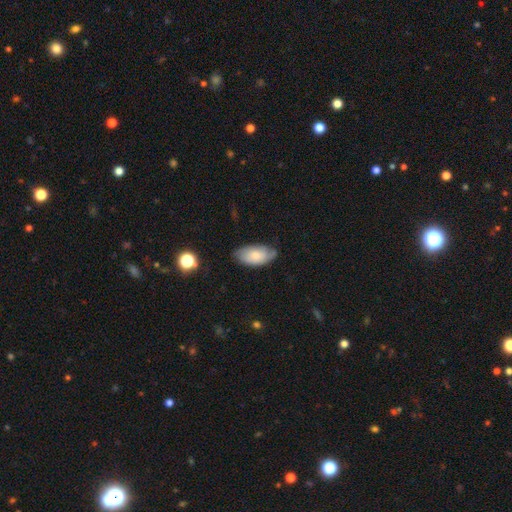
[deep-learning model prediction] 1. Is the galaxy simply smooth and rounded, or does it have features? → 67% smooth, 26% featured or disk, 7% star or artifact.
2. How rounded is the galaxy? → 94% in between, 3% cigar-shaped, 3% round.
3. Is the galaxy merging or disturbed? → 64% none, 28% minor disturbance, 6% major disturbance, 2% merger.